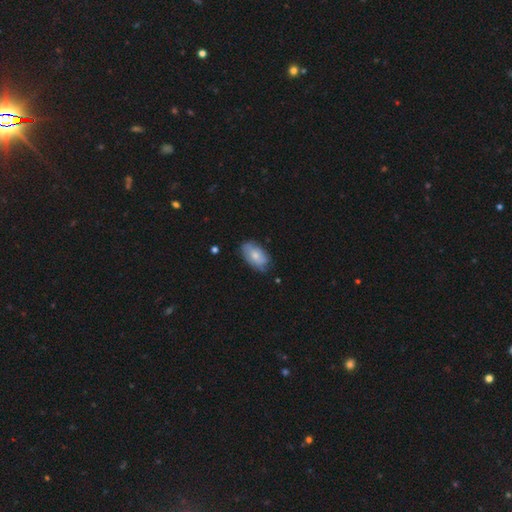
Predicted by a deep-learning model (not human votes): Smooth or featured? Predicted: smooth (p=0.61). How rounded? Predicted: in between (p=0.93). Merging? Predicted: none (p=0.66).